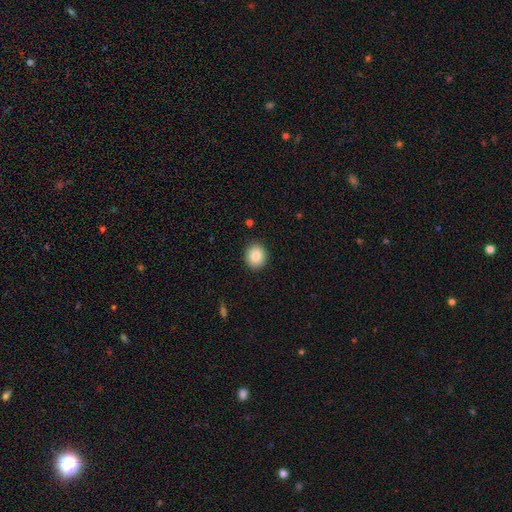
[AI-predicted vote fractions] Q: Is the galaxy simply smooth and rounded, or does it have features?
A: smooth — 84%.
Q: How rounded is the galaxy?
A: round — 75%.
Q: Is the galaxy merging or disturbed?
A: none — 91%.